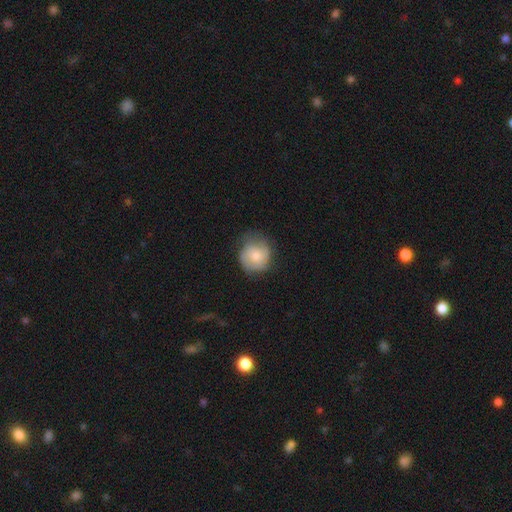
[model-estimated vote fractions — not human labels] Smooth or featured? Predicted: smooth (p=0.67). How rounded? Predicted: round (p=0.84). Merging? Predicted: none (p=0.58).